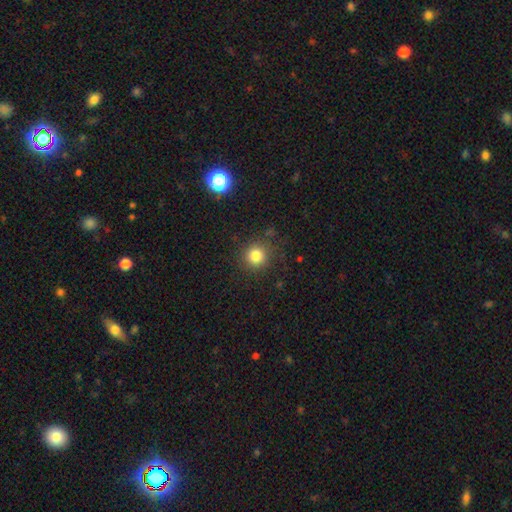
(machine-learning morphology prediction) smooth-or-featured: smooth: 82% | star or artifact: 13% | featured or disk: 5%
  how-rounded: round: 92% | in between: 7% | cigar-shaped: 1%
  merging: none: 85% | minor disturbance: 9% | major disturbance: 4% | merger: 2%